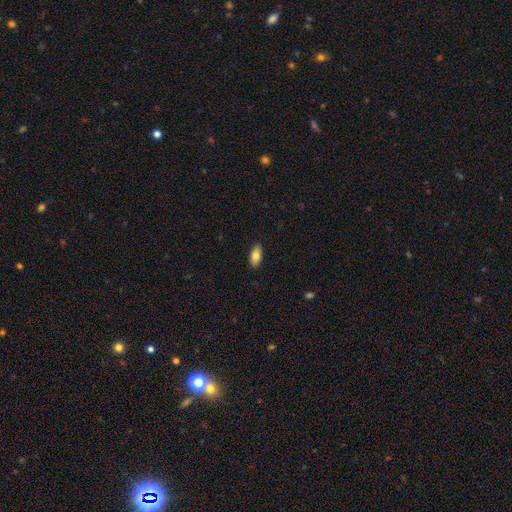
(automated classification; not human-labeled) Smooth or featured: smooth — 82% (featured or disk — 11%)
How rounded: in between — 91% (cigar-shaped — 7%)
Merging: none — 89% (minor disturbance — 8%)